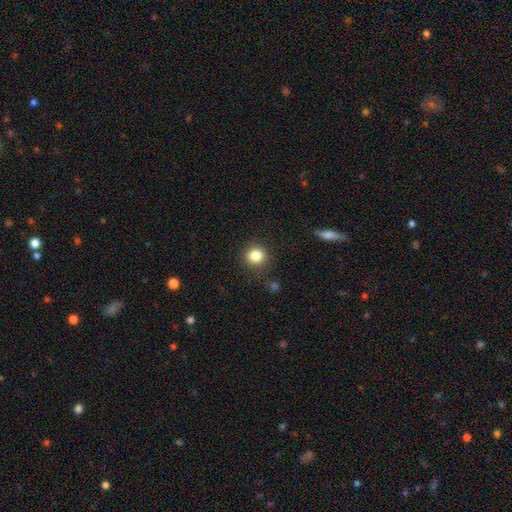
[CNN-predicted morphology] A smooth galaxy with no disk features (83%) that is round (85%).

Vote fractions:
- Smooth or featured? smooth: 83% / star or artifact: 11% / featured or disk: 6%
- How rounded? round: 85% / in between: 14% / cigar-shaped: 1%
- Merging? none: 87% / minor disturbance: 9% / major disturbance: 3% / merger: 2%